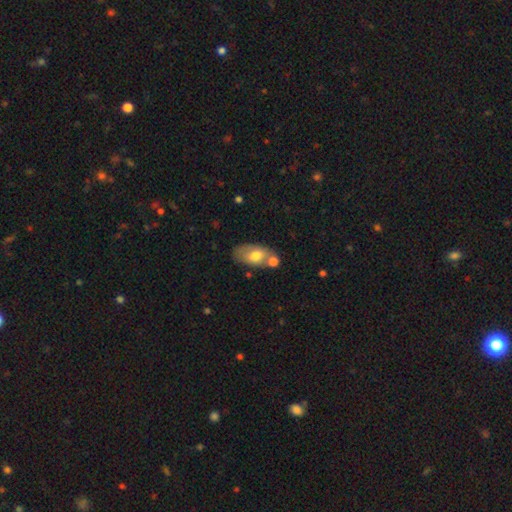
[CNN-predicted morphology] A smooth galaxy with no disk features (65%) that is in between round and cigar-shaped (91%). Merging: none (52%).